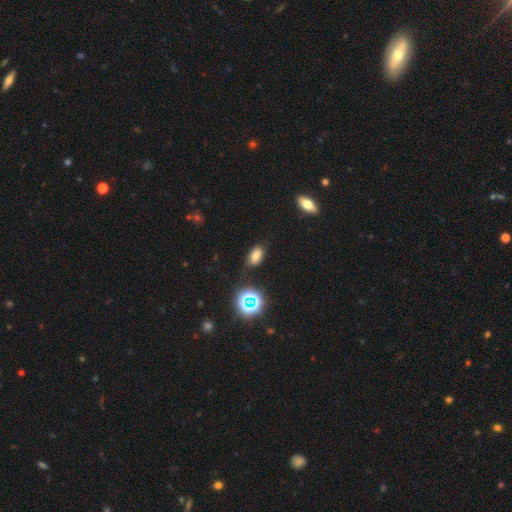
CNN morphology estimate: This appears to be a smooth galaxy with no disk features (71%) that is in between round and cigar-shaped (88%). Merging: none (79%).